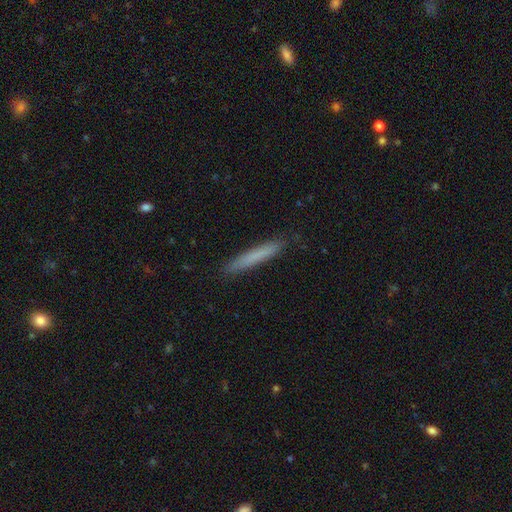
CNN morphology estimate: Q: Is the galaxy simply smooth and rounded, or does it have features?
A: smooth — 74%.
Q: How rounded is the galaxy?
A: cigar-shaped — 96%.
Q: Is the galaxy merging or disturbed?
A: none — 87%.